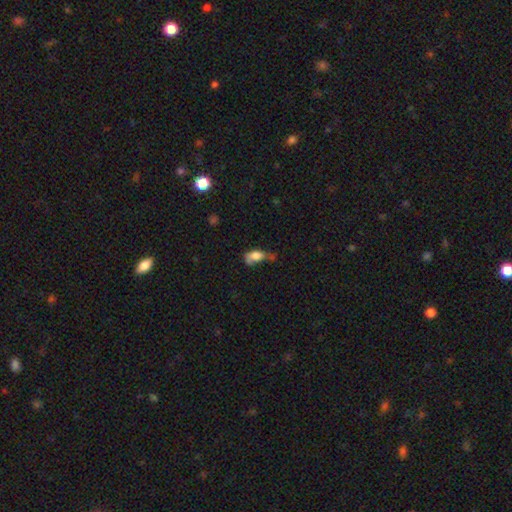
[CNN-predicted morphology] smooth-or-featured: smooth: 72% | featured or disk: 18% | star or artifact: 10%
  how-rounded: in between: 85% | round: 9% | cigar-shaped: 6%
  merging: minor disturbance: 32% | major disturbance: 29% | none: 26% | merger: 13%